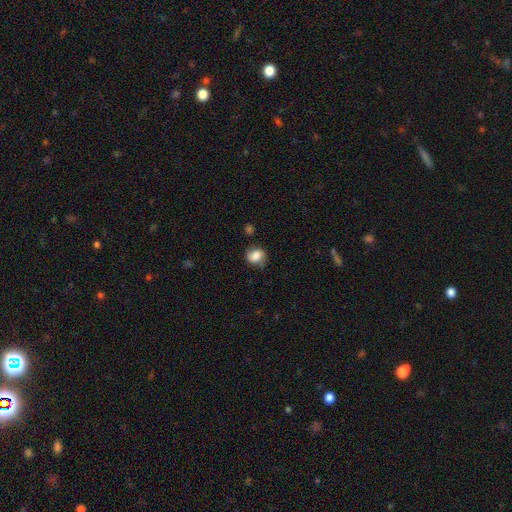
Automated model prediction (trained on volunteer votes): smooth 67%, featured or disk 23%, star or artifact 10%. Down the decision tree: how rounded — round (63%); merging — none (64%).